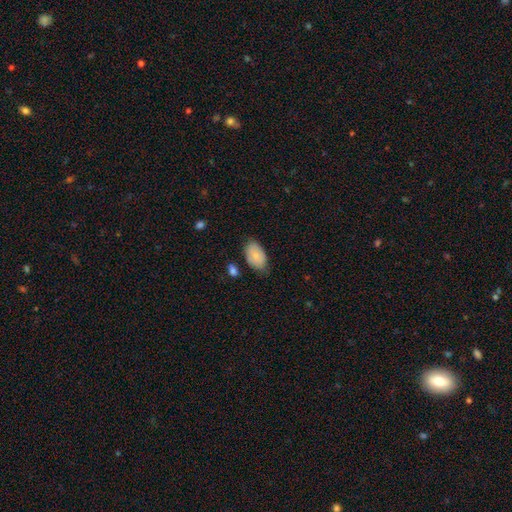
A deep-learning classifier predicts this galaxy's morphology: This is clearly a smooth galaxy (84%). How rounded: clearly in between (94%). Merging: likely none (71%).